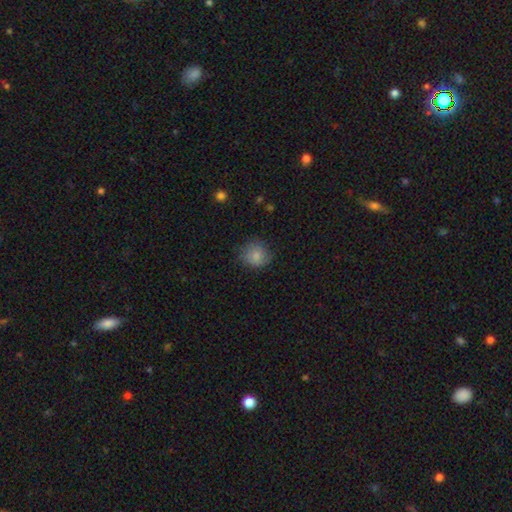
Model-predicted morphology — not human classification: smooth_or_featured: smooth (p=0.81) [alt: featured or disk p=0.11]
how_rounded: round (p=0.84) [alt: in between p=0.15]
merging: none (p=0.72) [alt: minor disturbance p=0.21]